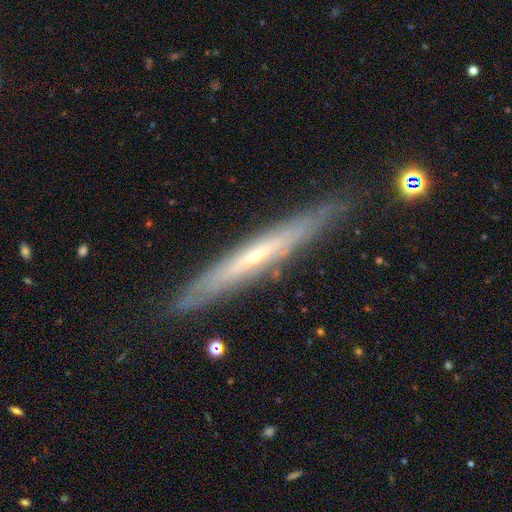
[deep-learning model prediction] A featured or disk galaxy (70%) viewed edge-on (87%) with no central bulge (52%).

Vote fractions:
- Smooth or featured? featured or disk: 70% / smooth: 23% / star or artifact: 6%
- Edge-on disk? yes: 87% / no: 13%
- Edge-on bulge? none: 52% / rounded: 43% / boxy: 5%
- Merging? none: 84% / minor disturbance: 12% / major disturbance: 2% / merger: 2%